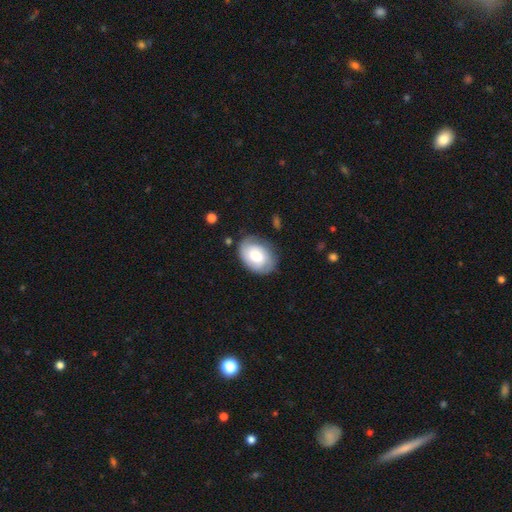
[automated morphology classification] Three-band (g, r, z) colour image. It shows a smooth galaxy with no disk features (49%). Merging: none (71%).